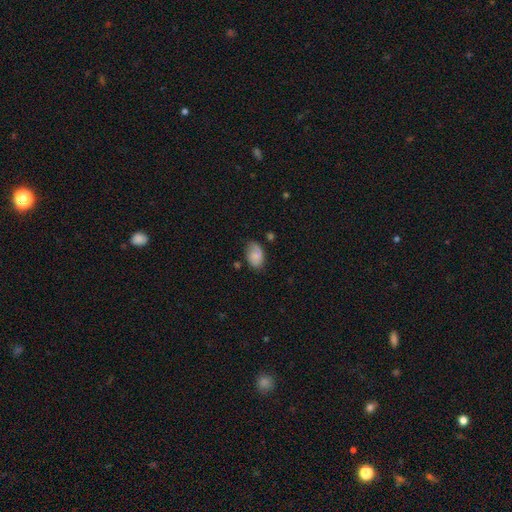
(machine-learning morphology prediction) smooth 73%, featured or disk 19%, star or artifact 8%. Down the decision tree: how rounded — in between (88%); merging — none (61%).